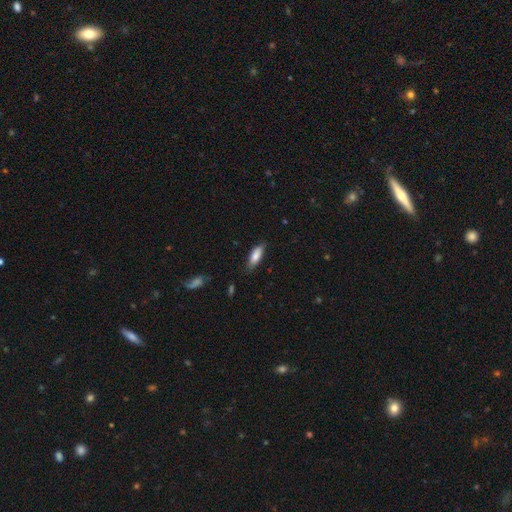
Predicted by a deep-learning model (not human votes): Q: Smooth or featured?
A: smooth (82%); runner-up: featured or disk (12%)
Q: How rounded?
A: in between (68%); runner-up: cigar-shaped (30%)
Q: Merging?
A: none (77%); runner-up: minor disturbance (19%)